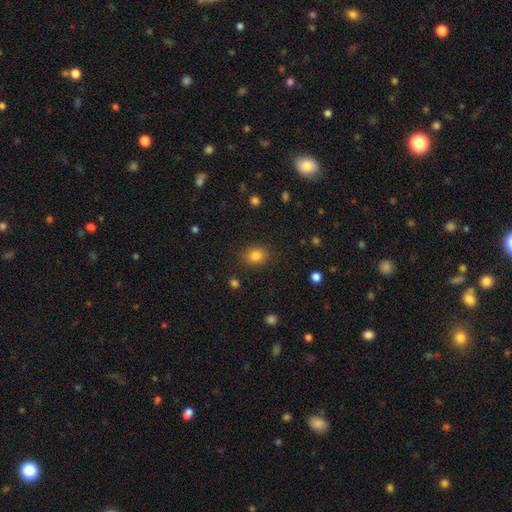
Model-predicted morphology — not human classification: Smooth or featured? Predicted: smooth (p=0.83). How rounded? Predicted: round (p=0.56). Merging? Predicted: none (p=0.86).